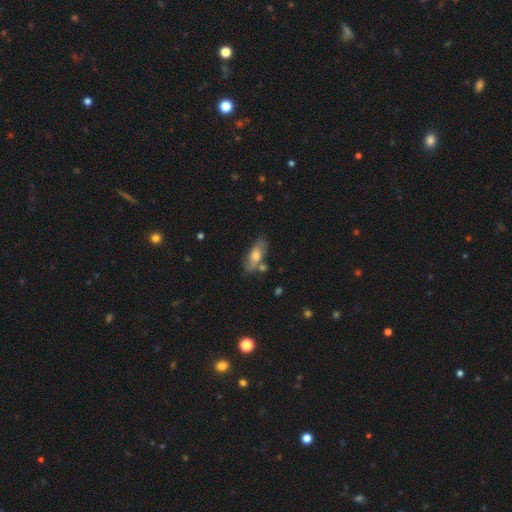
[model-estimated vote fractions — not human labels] smooth-or-featured: smooth: 63% | featured or disk: 29% | star or artifact: 8%
  how-rounded: in between: 76% | cigar-shaped: 20% | round: 4%
  merging: none: 69% | minor disturbance: 17% | merger: 9% | major disturbance: 4%